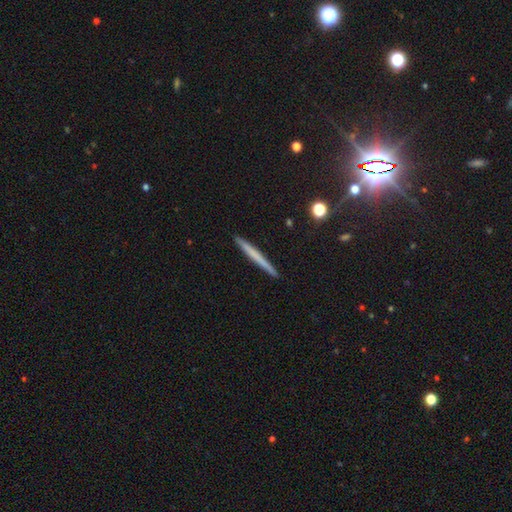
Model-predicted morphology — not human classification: smooth-or-featured: smooth: 55% | featured or disk: 38% | star or artifact: 7%
  how-rounded: cigar-shaped: 97% | in between: 2% | round: 1%
  merging: none: 93% | minor disturbance: 5% | major disturbance: 1% | merger: 1%